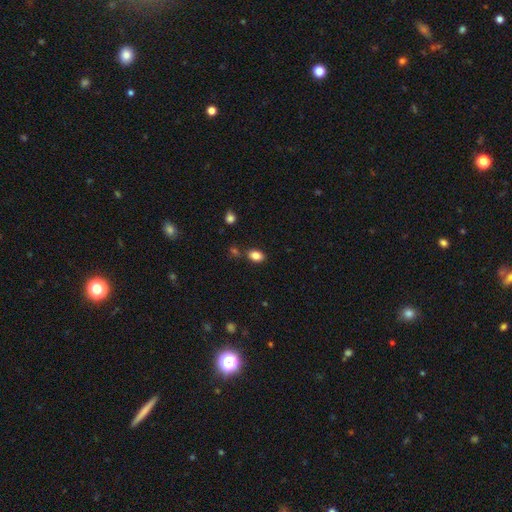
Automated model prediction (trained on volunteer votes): Smooth or featured? smooth (85%)
How rounded? in between (83%)
Merging? none (78%)